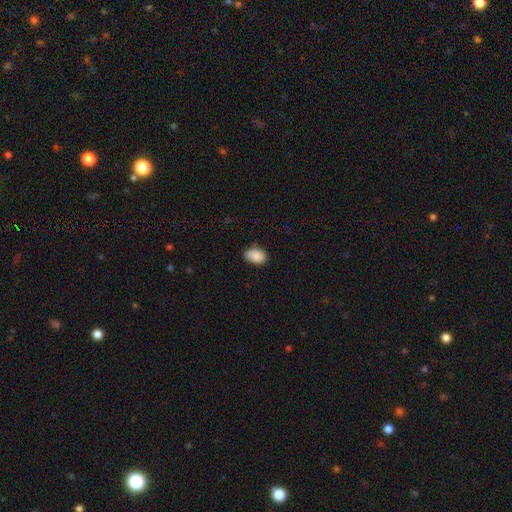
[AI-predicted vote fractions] Morphology: type=smooth (86%); roundness=in between (86%); merging=none (65%).